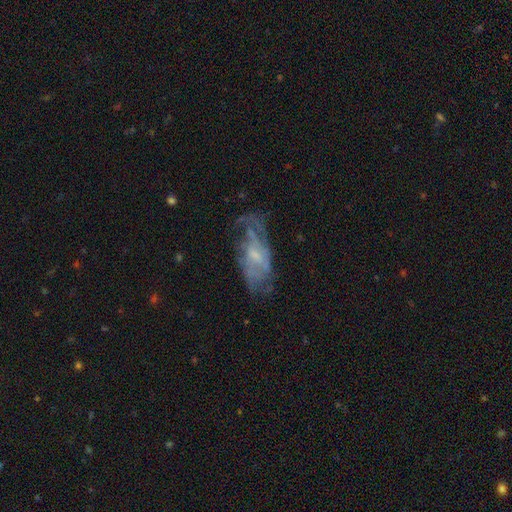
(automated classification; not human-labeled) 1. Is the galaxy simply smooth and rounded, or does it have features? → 72% featured or disk, 20% smooth, 8% star or artifact.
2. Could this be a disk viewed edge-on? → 91% no, 9% yes.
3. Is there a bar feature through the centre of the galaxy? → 50% no, 42% weak, 8% strong.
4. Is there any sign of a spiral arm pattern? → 79% yes, 21% no.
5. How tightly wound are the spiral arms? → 43% medium, 31% tight, 26% loose.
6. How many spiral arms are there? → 42% can't tell, 32% 2, 11% 3, 7% 1, 5% 4, 3% more than 4.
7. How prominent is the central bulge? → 49% small, 32% moderate, 15% none, 3% large, 1% dominant.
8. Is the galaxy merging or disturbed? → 54% none, 23% minor disturbance, 21% major disturbance, 2% merger.